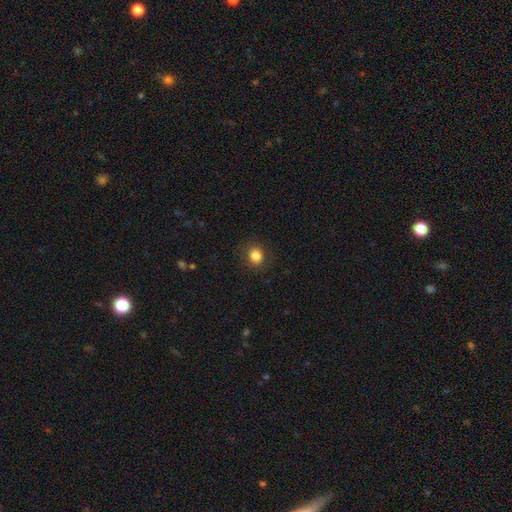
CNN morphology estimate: smooth_or_featured: smooth (p=0.84) [alt: star or artifact p=0.11]
how_rounded: round (p=0.70) [alt: in between p=0.29]
merging: none (p=0.88) [alt: minor disturbance p=0.08]